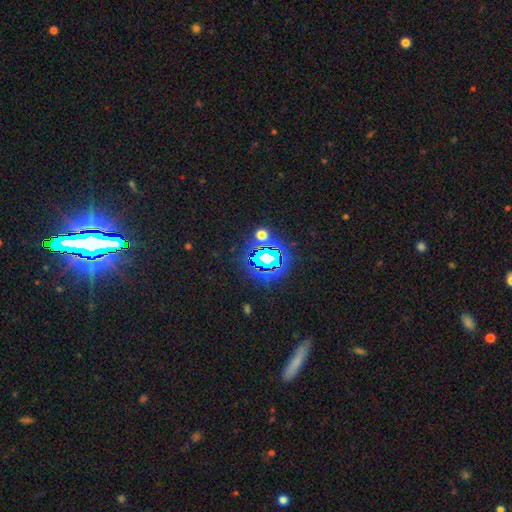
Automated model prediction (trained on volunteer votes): Smooth or featured: star or artifact — 79% (smooth — 12%)